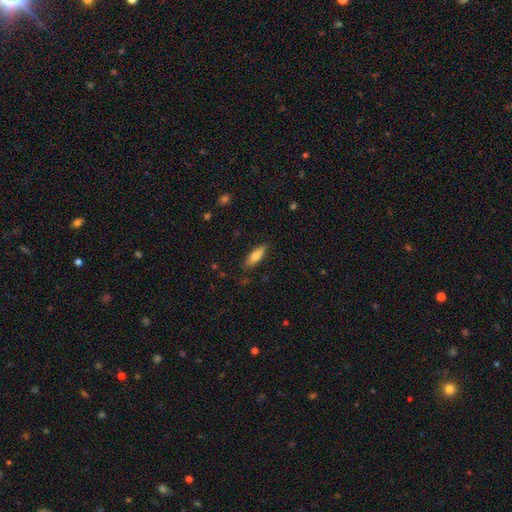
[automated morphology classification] Overall: smooth (76%). How rounded: in between (55%; cigar-shaped 43%). Merging: none (83%).